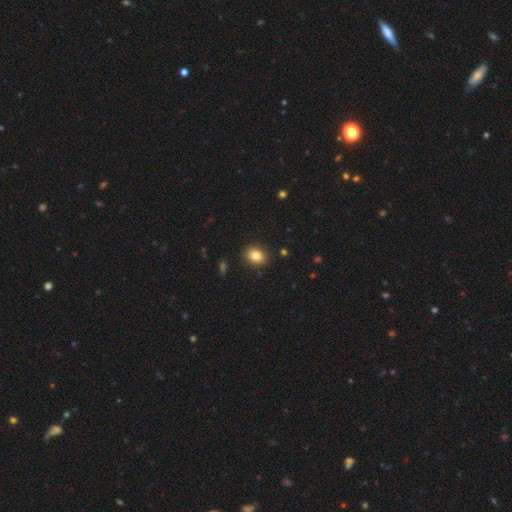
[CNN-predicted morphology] The model was most divided on "how rounded": round: 53%, in between: 46%, cigar-shaped: 1%. More confident: merging — none (90%); smooth or featured — smooth (82%).